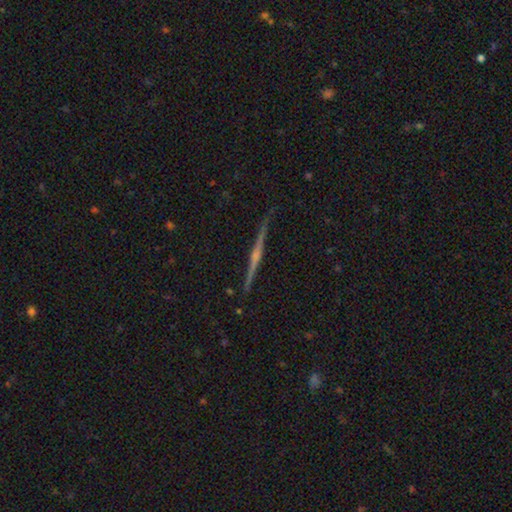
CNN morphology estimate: Smooth or featured? Predicted: featured or disk (p=0.82). Edge-on disk? Predicted: yes (p=0.99). Edge-on bulge? Predicted: rounded (p=0.70). Merging? Predicted: none (p=0.91).